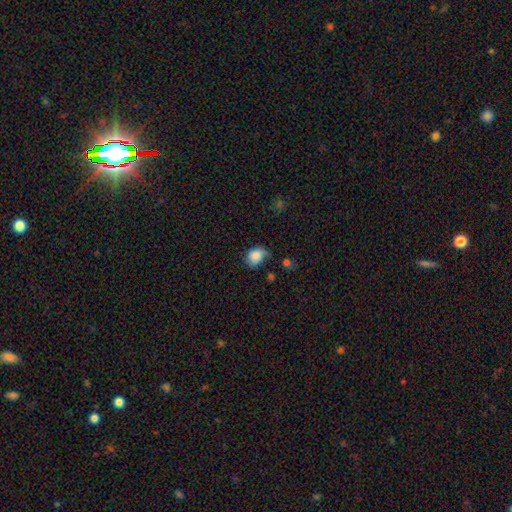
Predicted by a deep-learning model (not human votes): smooth 83%, featured or disk 9%, star or artifact 9%. Down the decision tree: how rounded — in between (50%); merging — none (48%).